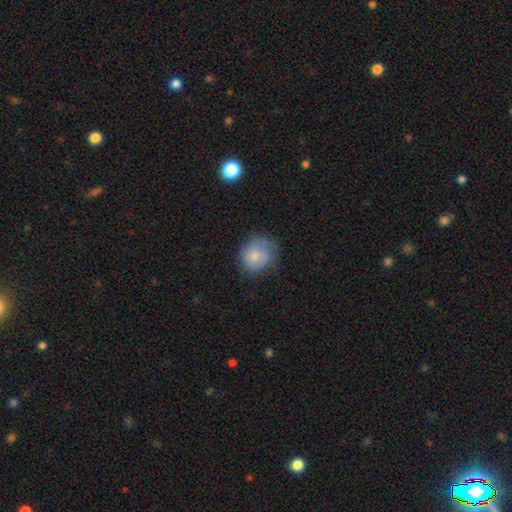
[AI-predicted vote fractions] smooth-or-featured: smooth: 76% | featured or disk: 16% | star or artifact: 8%
  how-rounded: round: 80% | in between: 19% | cigar-shaped: 1%
  merging: none: 64% | minor disturbance: 26% | major disturbance: 8% | merger: 2%